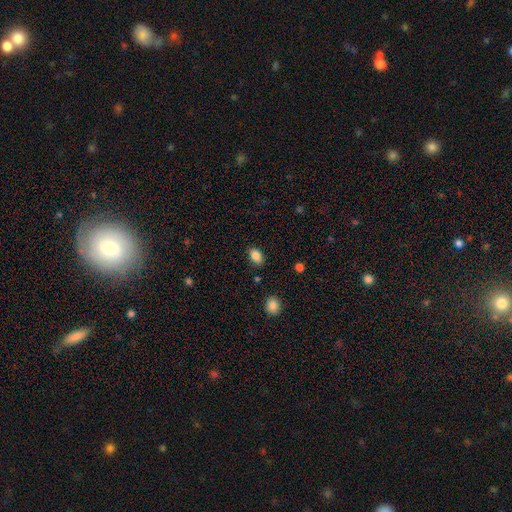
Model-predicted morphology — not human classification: Overall: smooth (87%). How rounded: in between (85%). Merging: none (84%).